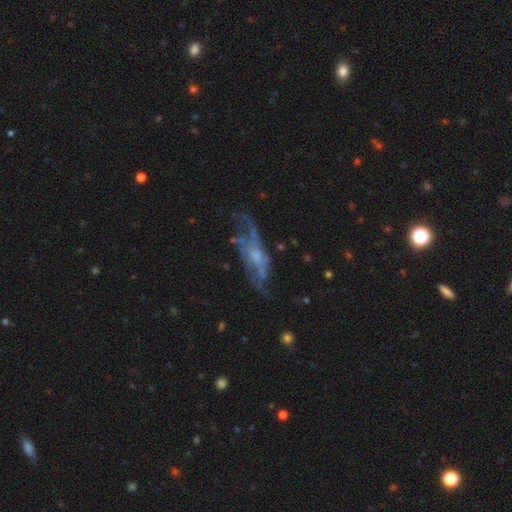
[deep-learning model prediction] smooth_or_featured: featured or disk (p=0.74) [alt: smooth p=0.16]
disk_edge_on: no (p=0.79) [alt: yes p=0.21]
bar: no (p=0.67) [alt: weak p=0.27]
has_spiral_arms: yes (p=0.74) [alt: no p=0.26]
bulge_size: small (p=0.43) [alt: moderate p=0.36]
merging: none (p=0.52) [alt: major disturbance p=0.24]